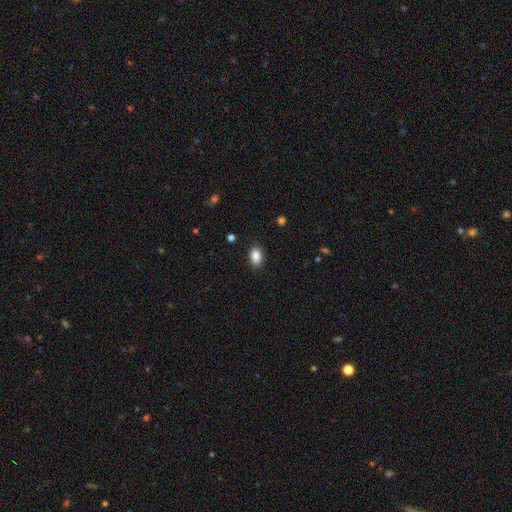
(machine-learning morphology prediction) type=smooth (87%); roundness=in between (88%); merging=none (87%).